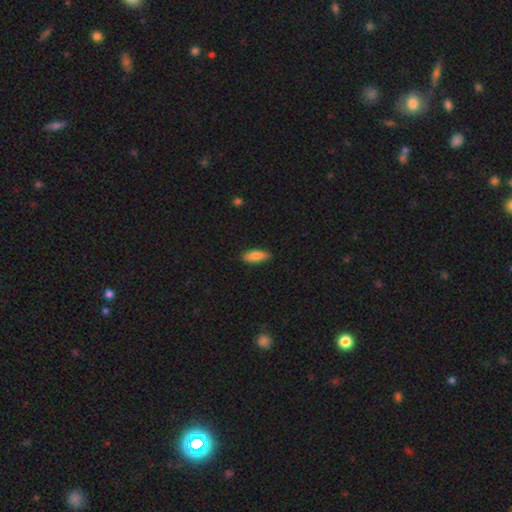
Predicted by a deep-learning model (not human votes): Q: Smooth or featured?
A: smooth (84%); runner-up: featured or disk (10%)
Q: How rounded?
A: in between (65%); runner-up: cigar-shaped (33%)
Q: Merging?
A: none (85%); runner-up: minor disturbance (12%)